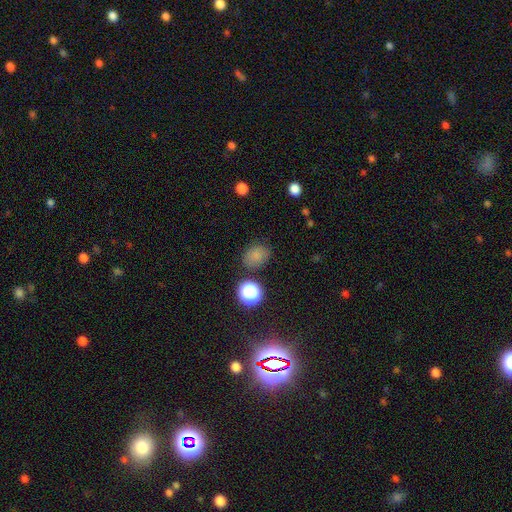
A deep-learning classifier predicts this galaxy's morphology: smooth_or_featured: smooth (p=0.78) [alt: star or artifact p=0.16]
how_rounded: in between (p=0.54) [alt: round p=0.45]
merging: none (p=0.78) [alt: minor disturbance p=0.14]